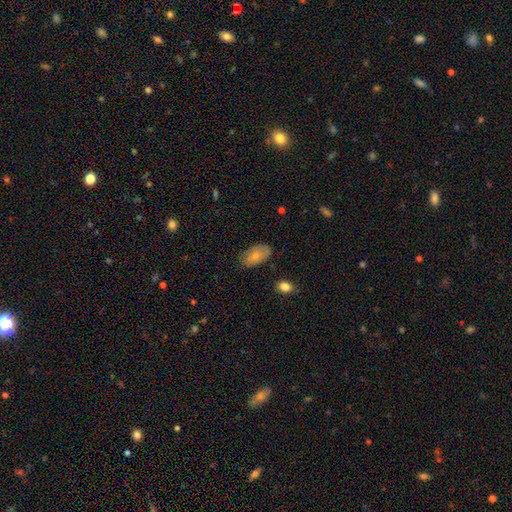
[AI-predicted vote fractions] A smooth galaxy with no disk features (69%) that is in between round and cigar-shaped (93%).

Vote fractions:
- Smooth or featured? smooth: 69% / featured or disk: 24% / star or artifact: 7%
- How rounded? in between: 93% / round: 6% / cigar-shaped: 2%
- Merging? none: 73% / minor disturbance: 21% / major disturbance: 4% / merger: 2%